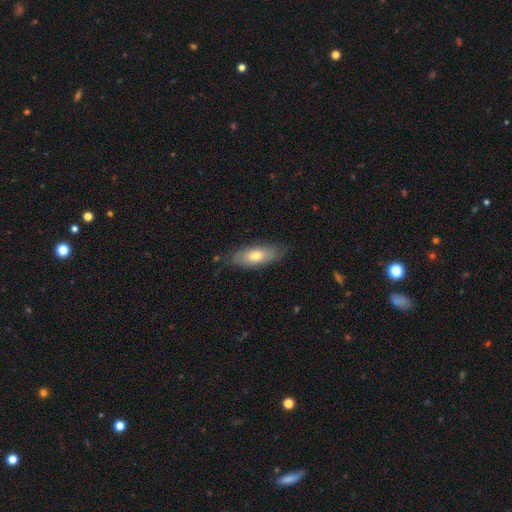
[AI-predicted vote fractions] This appears to be a smooth galaxy with no disk features (70%) that is in between round and cigar-shaped (76%). Merging: none (78%).